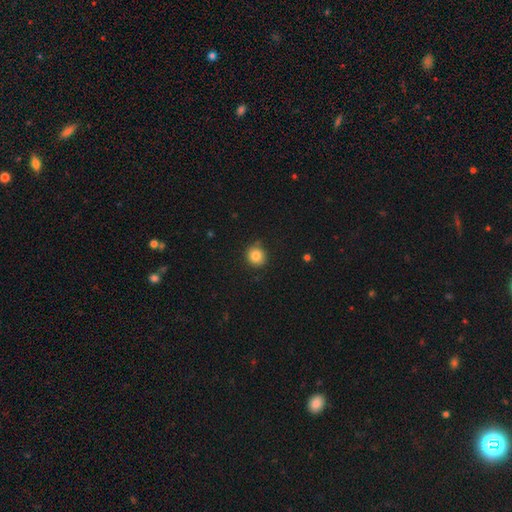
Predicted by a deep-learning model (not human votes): smooth_or_featured: smooth (p=0.84) [alt: star or artifact p=0.10]
how_rounded: round (p=0.87) [alt: in between p=0.12]
merging: none (p=0.84) [alt: minor disturbance p=0.12]